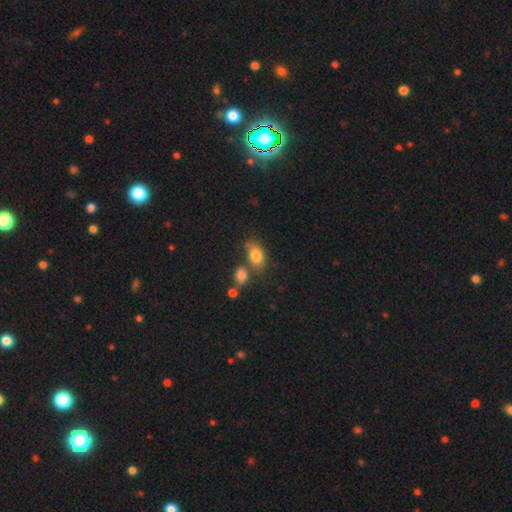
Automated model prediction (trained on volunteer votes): This appears to be a smooth galaxy with no disk features (81%) that is in between round and cigar-shaped (82%). Merging: none (59%).